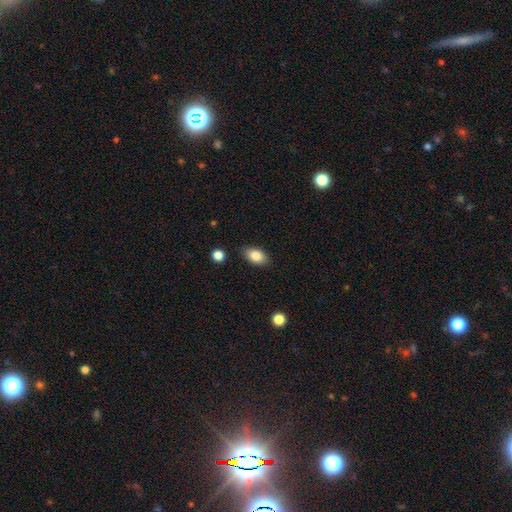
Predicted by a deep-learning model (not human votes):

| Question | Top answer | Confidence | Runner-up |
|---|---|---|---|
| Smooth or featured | smooth | 84% | featured or disk (8%) |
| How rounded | in between | 89% | round (9%) |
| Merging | none | 85% | minor disturbance (11%) |